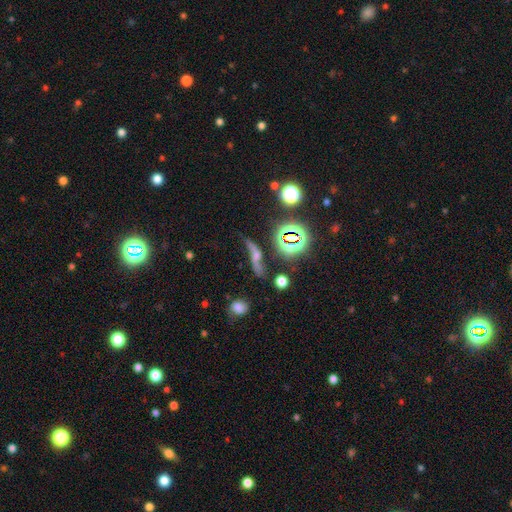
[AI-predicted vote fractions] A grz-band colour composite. It shows a featured or disk galaxy (55%). Merging: none (54%).